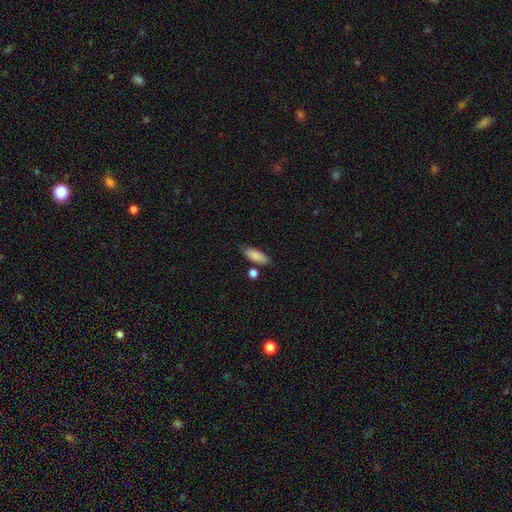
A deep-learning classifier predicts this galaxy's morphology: smooth 87%, star or artifact 7%, featured or disk 7%. Down the decision tree: how rounded — in between (76%); merging — none (71%).